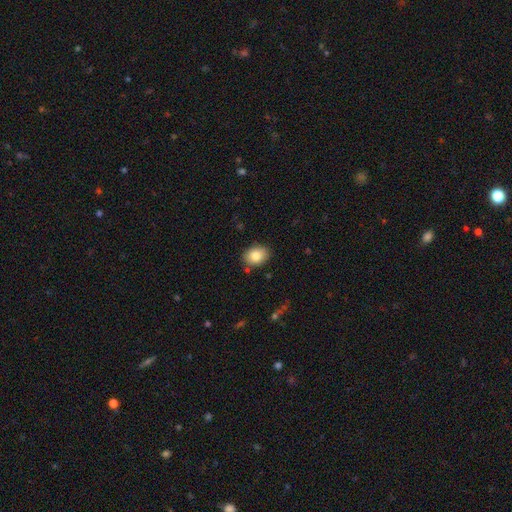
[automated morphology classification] This appears to be a smooth galaxy with no disk features (83%) that is in between round and cigar-shaped (68%). Merging: none (85%).